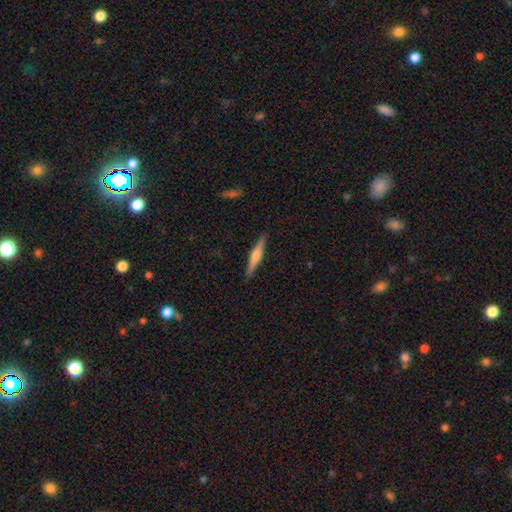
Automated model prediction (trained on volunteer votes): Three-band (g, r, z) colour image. It shows a featured or disk galaxy (59%) viewed edge-on (97%) with a rounded central bulge (79%). Merging: none (91%).